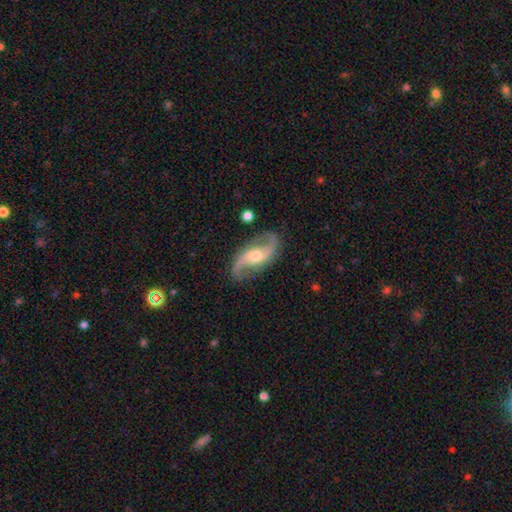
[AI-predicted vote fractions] Smooth or featured: featured or disk — 90% (smooth — 5%)
Edge-on disk: no — 96% (yes — 4%)
Bar: weak — 45% (no — 39%)
Spiral arms: yes — 97% (no — 3%)
Spiral winding: loose — 62% (medium — 31%)
Spiral arm count: 2 — 94% (can't tell — 2%)
Bulge size: moderate — 62% (small — 26%)
Merging: none — 82% (minor disturbance — 12%)